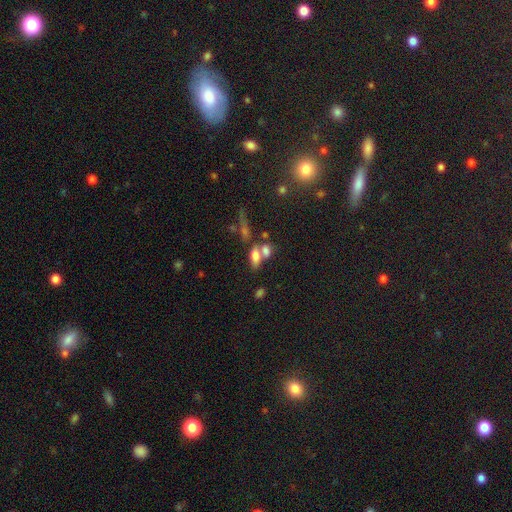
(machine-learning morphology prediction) Smooth or featured? Predicted: smooth (p=0.71). How rounded? Predicted: in between (p=0.83). Merging? Predicted: merger (p=0.48).